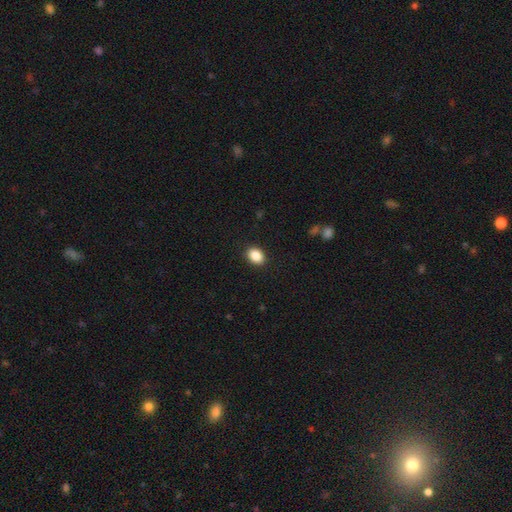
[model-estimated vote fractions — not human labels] The model was most divided on "how rounded": in between: 70%, round: 29%, cigar-shaped: 1%. More confident: merging — none (90%); smooth or featured — smooth (88%).